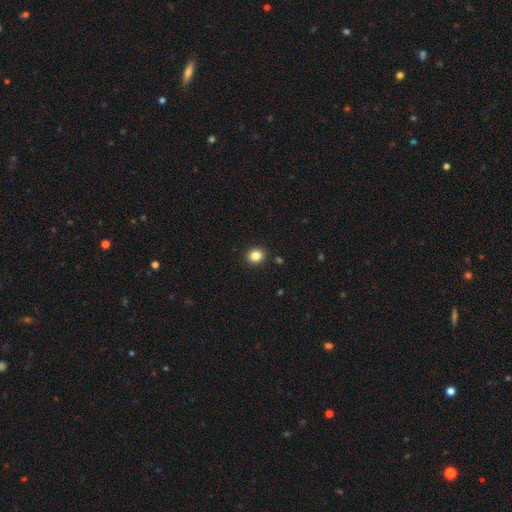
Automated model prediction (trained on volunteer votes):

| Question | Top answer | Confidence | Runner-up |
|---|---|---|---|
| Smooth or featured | smooth | 84% | star or artifact (11%) |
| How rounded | round | 72% | in between (27%) |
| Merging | none | 91% | minor disturbance (6%) |